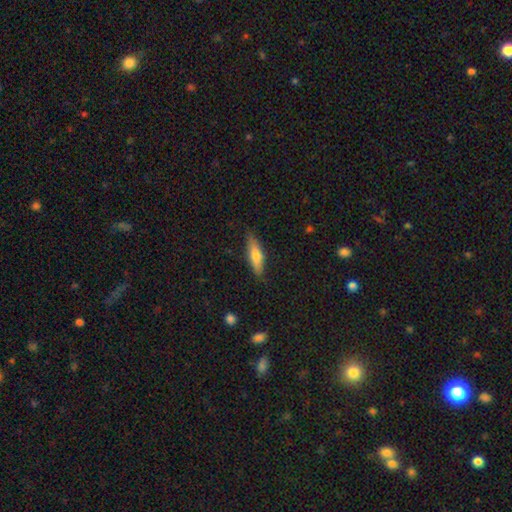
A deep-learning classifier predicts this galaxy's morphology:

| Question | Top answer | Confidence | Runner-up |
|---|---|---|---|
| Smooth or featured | smooth | 66% | featured or disk (28%) |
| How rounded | cigar-shaped | 65% | in between (33%) |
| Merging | none | 84% | minor disturbance (12%) |